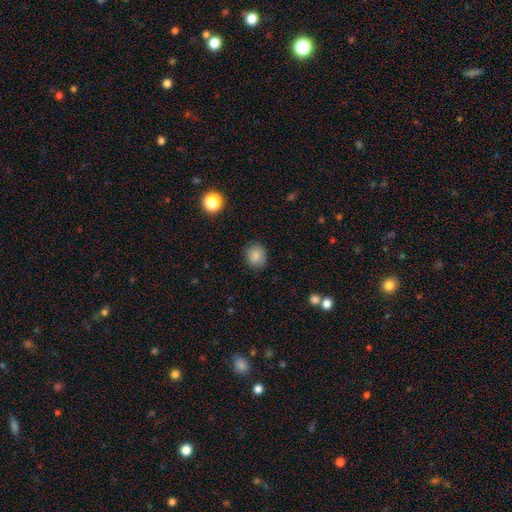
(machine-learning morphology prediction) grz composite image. It shows a smooth galaxy with no disk features (85%) that is round (72%). Merging: none (85%).